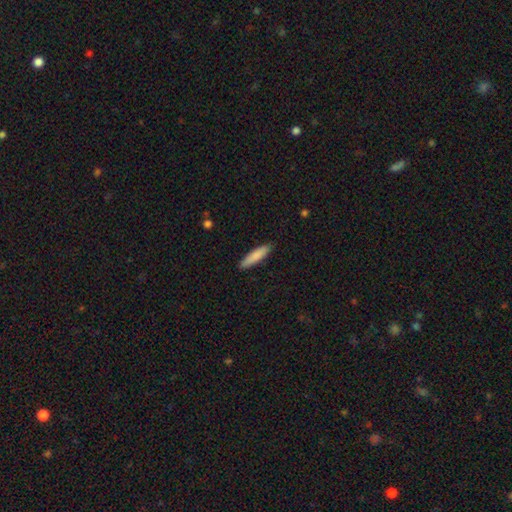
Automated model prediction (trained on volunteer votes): Q: Smooth or featured?
A: smooth (84%); runner-up: featured or disk (11%)
Q: How rounded?
A: cigar-shaped (81%); runner-up: in between (18%)
Q: Merging?
A: none (89%); runner-up: minor disturbance (9%)